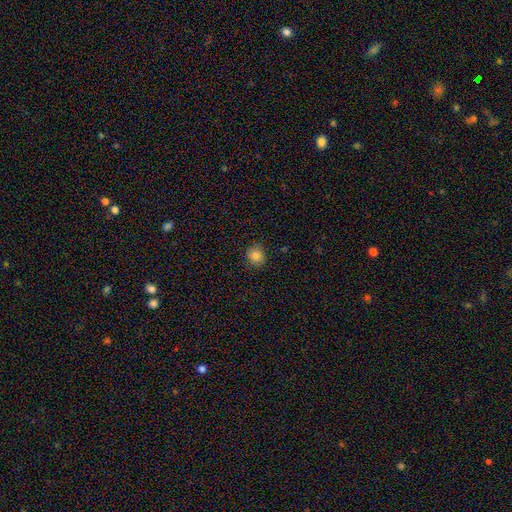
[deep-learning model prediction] This is clearly a smooth galaxy (82%). How rounded: clearly round (81%). Merging: clearly none (89%).